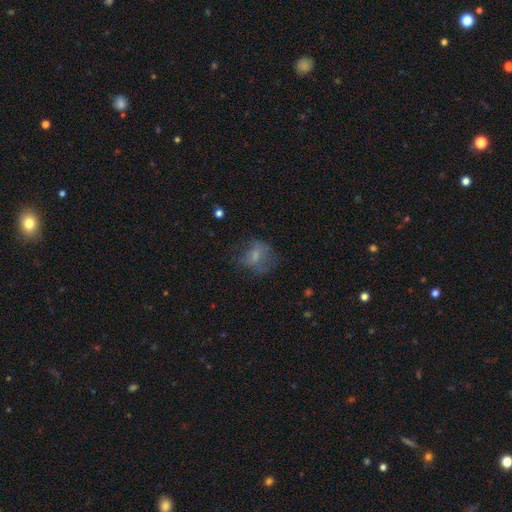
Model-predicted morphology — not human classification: A smooth galaxy with no disk features (60%) that is round (57%). Merging: none (49%).